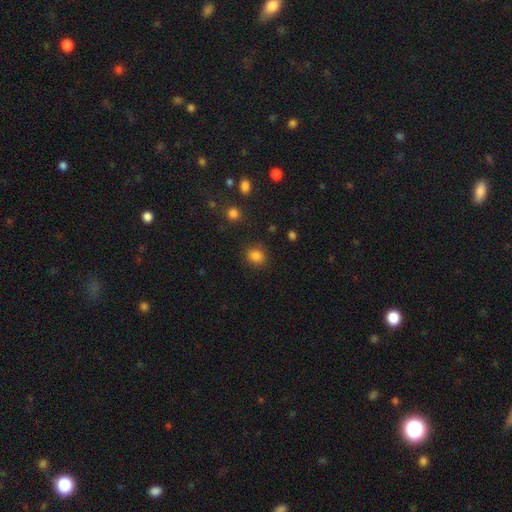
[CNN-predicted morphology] type=smooth (84%); roundness=round (67%); merging=none (85%).